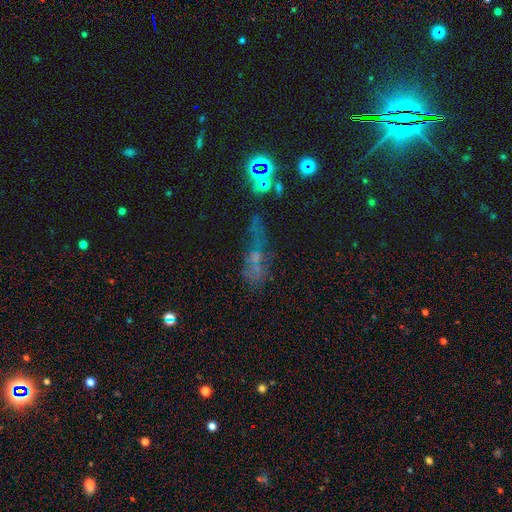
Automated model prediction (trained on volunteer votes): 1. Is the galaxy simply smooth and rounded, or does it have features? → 46% star or artifact, 27% featured or disk, 26% smooth.